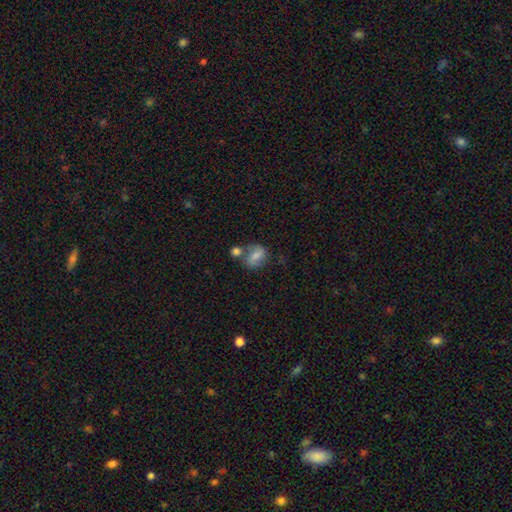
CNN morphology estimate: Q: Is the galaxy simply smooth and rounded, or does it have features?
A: smooth — 55%.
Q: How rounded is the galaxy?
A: in between — 57%.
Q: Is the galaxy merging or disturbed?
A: none — 44%.